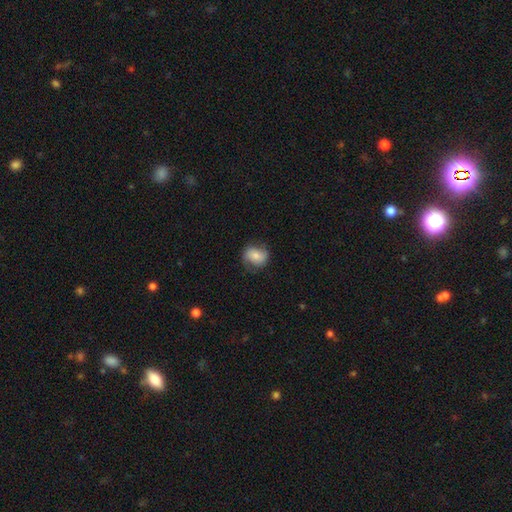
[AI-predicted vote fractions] smooth-or-featured: smooth: 58% | featured or disk: 34% | star or artifact: 8%
  how-rounded: round: 56% | in between: 43% | cigar-shaped: 1%
  merging: none: 67% | minor disturbance: 23% | major disturbance: 9% | merger: 1%